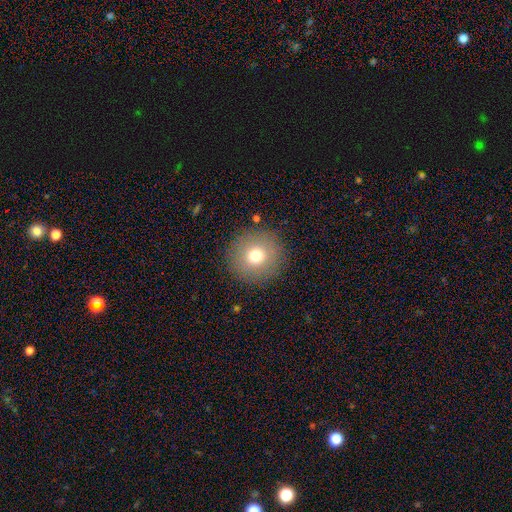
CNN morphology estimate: type=smooth (74%); roundness=round (95%); merging=none (90%).